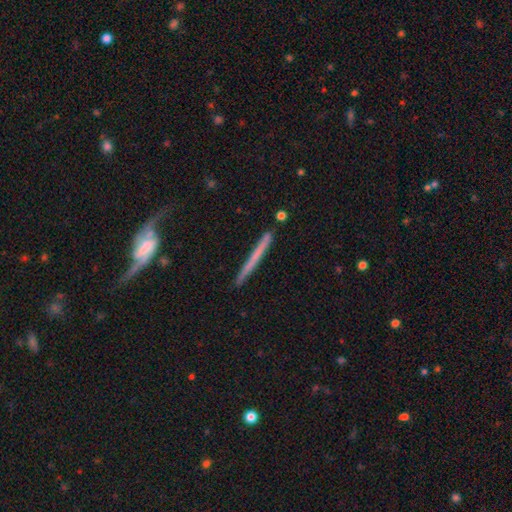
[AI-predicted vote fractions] Morphology: type=featured or disk (52%); edge-on=yes (92%); merging=none (79%).